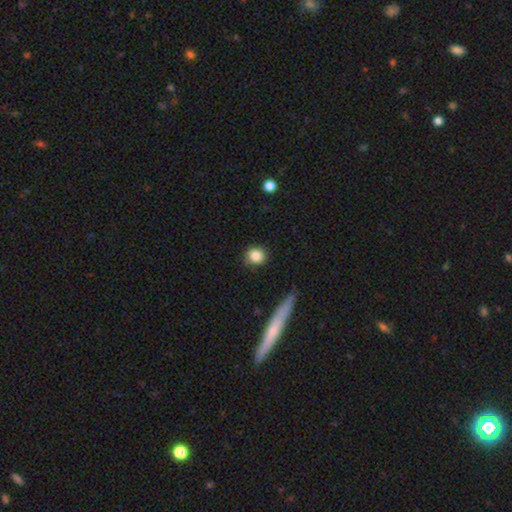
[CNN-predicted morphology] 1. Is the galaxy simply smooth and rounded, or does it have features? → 85% smooth, 9% star or artifact, 6% featured or disk.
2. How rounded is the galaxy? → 83% round, 15% in between, 2% cigar-shaped.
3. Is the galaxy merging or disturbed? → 82% none, 13% minor disturbance, 3% major disturbance, 2% merger.